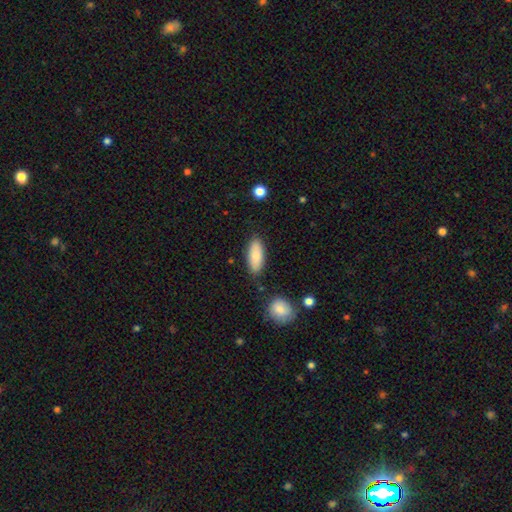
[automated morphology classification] This is clearly a smooth galaxy (84%). How rounded: likely in between (78%). Merging: clearly none (82%).